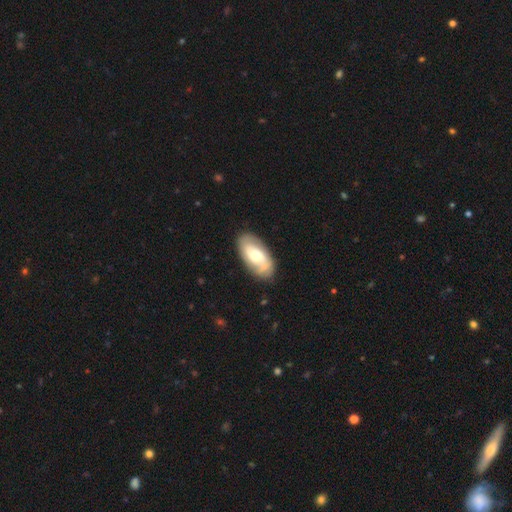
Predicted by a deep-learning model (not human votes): This appears to be a featured or disk galaxy (51%). Merging: none (79%).